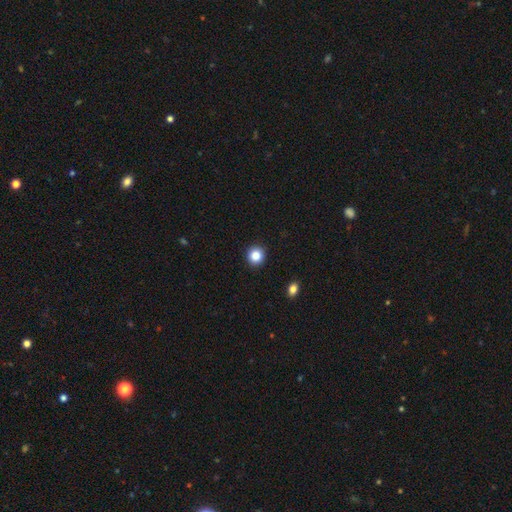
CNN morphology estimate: Overall: smooth (85%). How rounded: round (91%). Merging: none (93%).